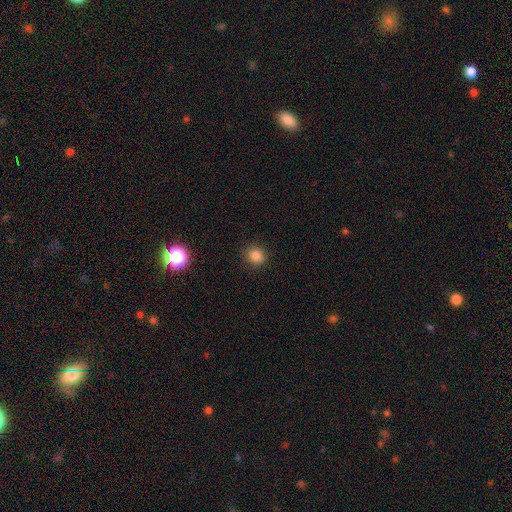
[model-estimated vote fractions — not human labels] Morphology: type=smooth (83%); roundness=round (81%); merging=none (88%).